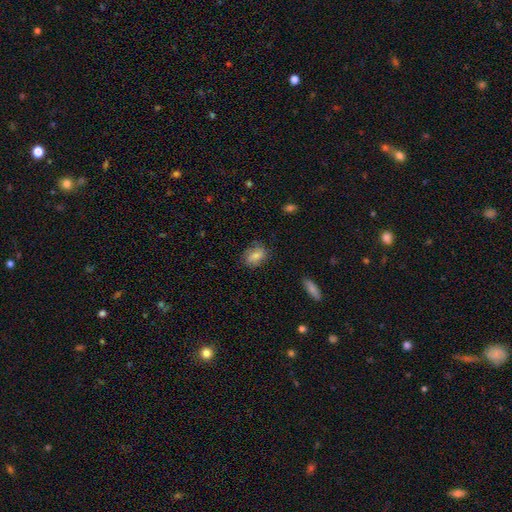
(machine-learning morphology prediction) A smooth galaxy with no disk features (78%) that is in between round and cigar-shaped (73%). Merging: none (74%).